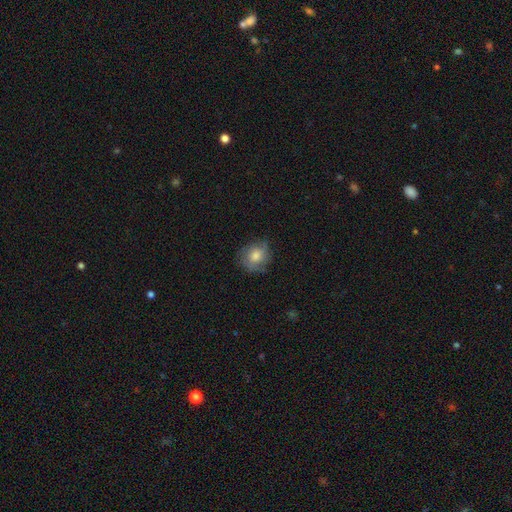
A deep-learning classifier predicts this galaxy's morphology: Smooth or featured? smooth (66%)
How rounded? round (78%)
Merging? none (71%)